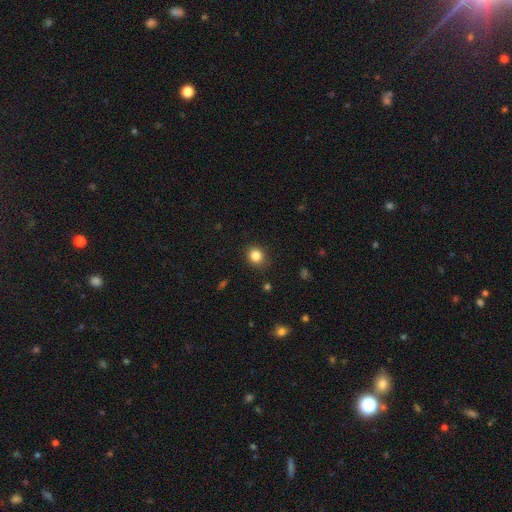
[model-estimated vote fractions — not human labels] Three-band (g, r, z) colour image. It shows a smooth galaxy with no disk features (84%) that is round (74%). Merging: none (88%).